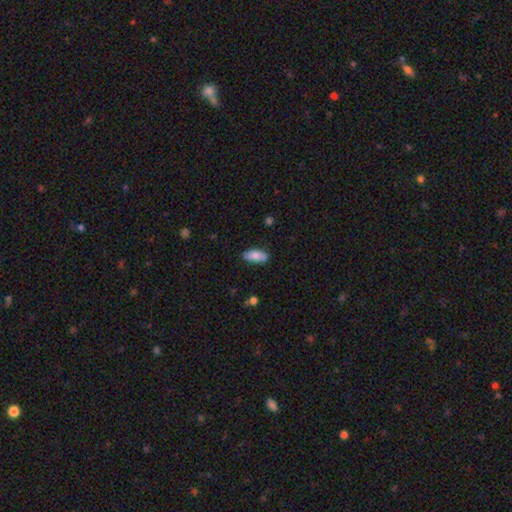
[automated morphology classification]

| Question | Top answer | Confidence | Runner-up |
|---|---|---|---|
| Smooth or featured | smooth | 80% | featured or disk (14%) |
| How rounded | in between | 84% | cigar-shaped (13%) |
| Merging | none | 84% | minor disturbance (12%) |